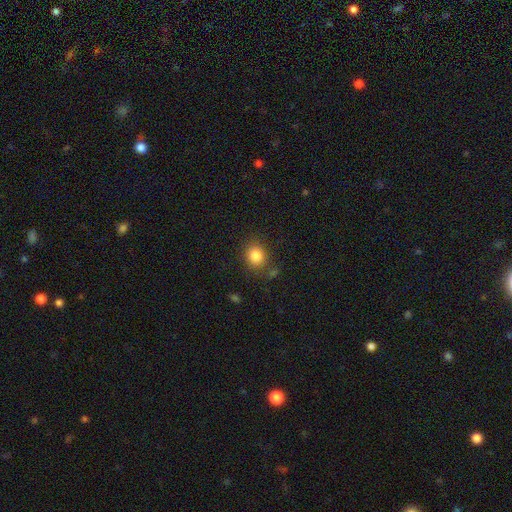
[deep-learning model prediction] This appears to be a smooth galaxy with no disk features (84%) that is round (70%). Merging: none (80%).